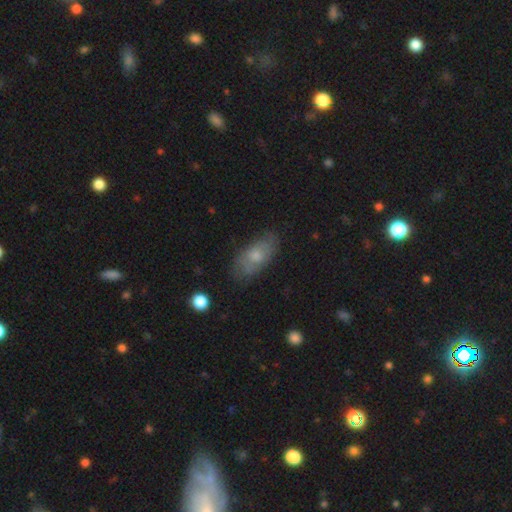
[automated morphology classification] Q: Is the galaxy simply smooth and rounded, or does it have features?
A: smooth — 62%.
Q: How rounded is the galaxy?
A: in between — 88%.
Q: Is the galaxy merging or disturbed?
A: none — 72%.